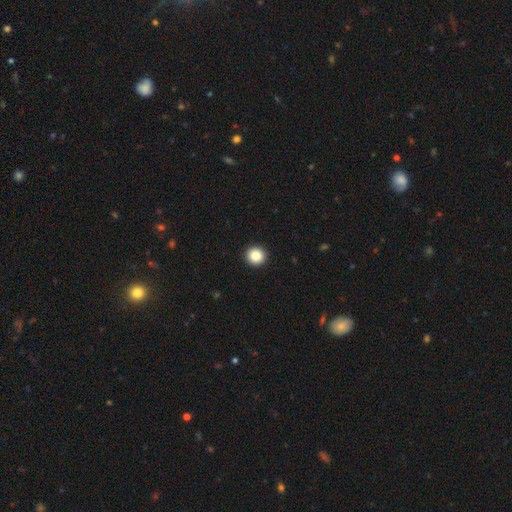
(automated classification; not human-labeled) This appears to be a smooth galaxy with no disk features (85%) that is round (94%). Merging: none (94%).